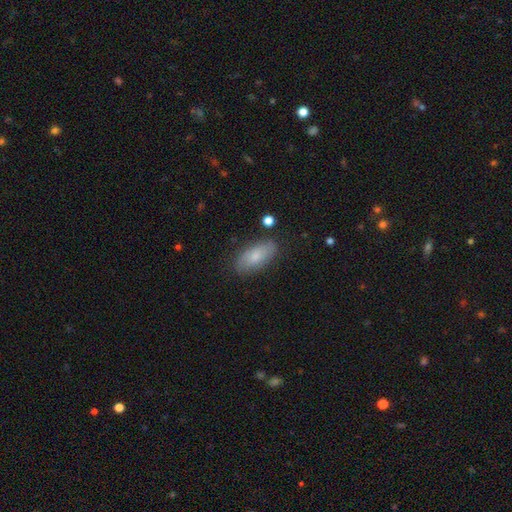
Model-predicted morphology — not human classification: Q: Smooth or featured?
A: smooth (78%); runner-up: featured or disk (16%)
Q: How rounded?
A: in between (89%); runner-up: cigar-shaped (8%)
Q: Merging?
A: none (81%); runner-up: minor disturbance (14%)